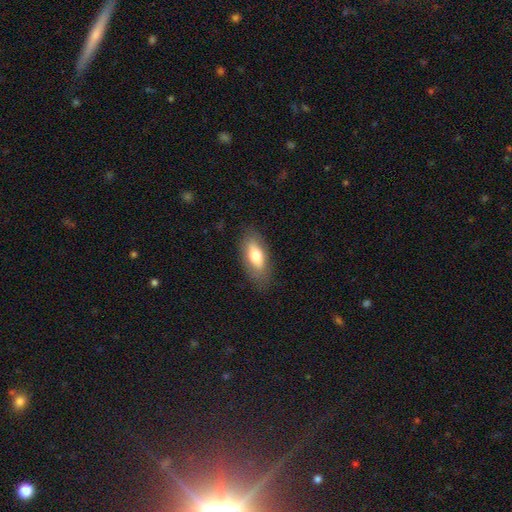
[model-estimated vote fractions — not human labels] The model was most divided on "smooth or featured": smooth: 70%, featured or disk: 23%, star or artifact: 7%. More confident: how rounded — in between (82%); merging — none (81%).